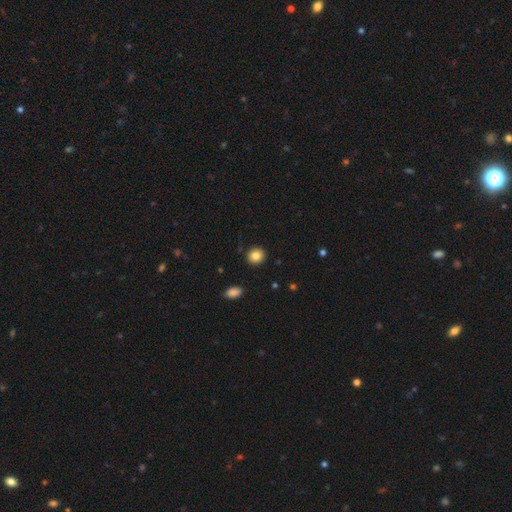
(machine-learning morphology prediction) Smooth or featured: smooth — 84% (star or artifact — 10%)
How rounded: round — 85% (in between — 14%)
Merging: none — 89% (minor disturbance — 7%)